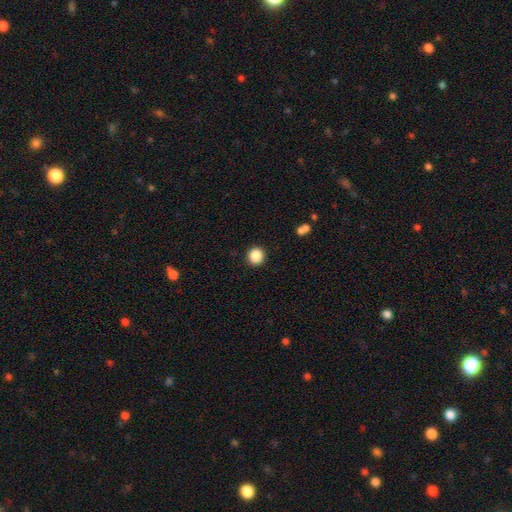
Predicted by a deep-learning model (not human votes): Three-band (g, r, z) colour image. It shows a smooth galaxy with no disk features (87%) that is round (94%). Merging: none (92%).